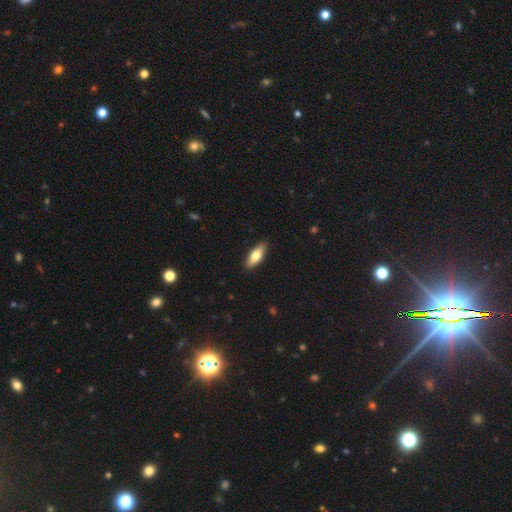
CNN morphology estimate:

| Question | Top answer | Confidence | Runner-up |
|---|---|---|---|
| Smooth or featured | smooth | 68% | featured or disk (26%) |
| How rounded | in between | 67% | cigar-shaped (30%) |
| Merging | none | 90% | minor disturbance (8%) |